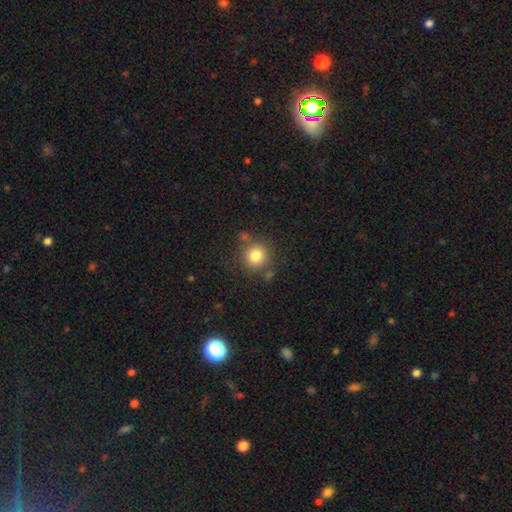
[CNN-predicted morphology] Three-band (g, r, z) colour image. It shows a smooth galaxy with no disk features (81%) that is round (91%). Merging: none (77%).